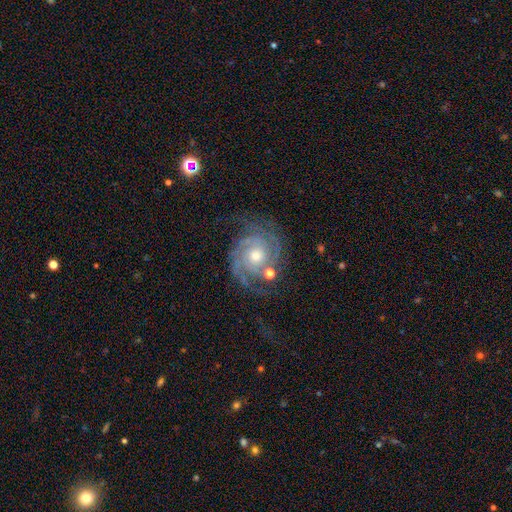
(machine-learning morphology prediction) A featured or disk galaxy (90%) with no bar (75%), 2 (45%) tight (65%) spiral arms (98%) and a moderate central bulge (66%). Merging: none (70%).